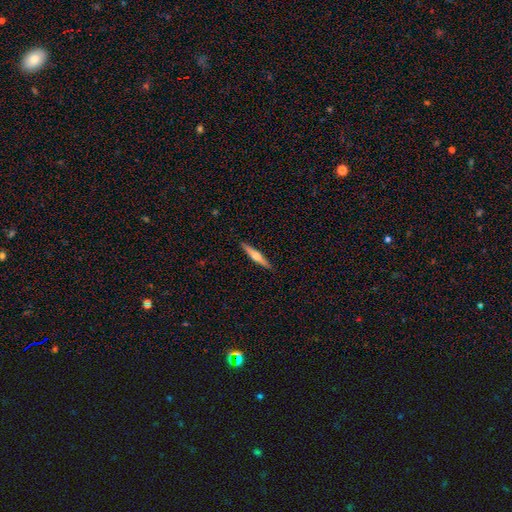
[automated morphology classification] Overall: featured or disk (52%; smooth 43%). Edge-on disk: yes (97%). Edge-on bulge: rounded (87%). Merging: none (91%).